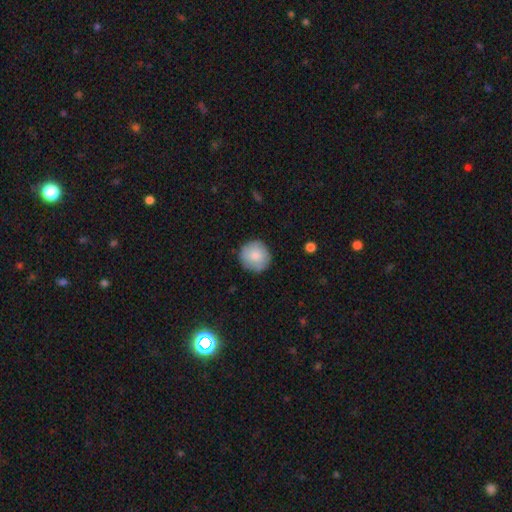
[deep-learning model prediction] smooth_or_featured: smooth (p=0.83) [alt: featured or disk p=0.11]
how_rounded: round (p=0.94) [alt: in between p=0.05]
merging: none (p=0.86) [alt: minor disturbance p=0.11]